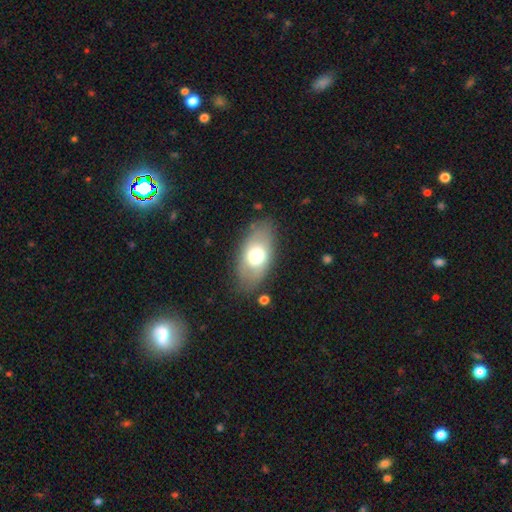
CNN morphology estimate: smooth_or_featured: smooth (p=0.65) [alt: featured or disk p=0.28]
how_rounded: in between (p=0.90) [alt: round p=0.07]
merging: none (p=0.80) [alt: minor disturbance p=0.13]